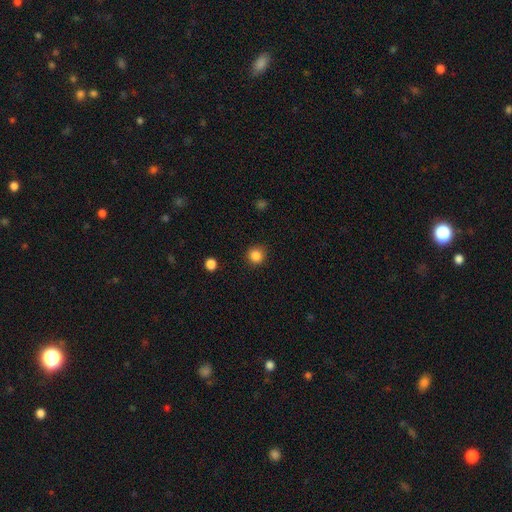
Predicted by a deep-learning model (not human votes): Smooth or featured?
  - smooth: 86% *
  - star or artifact: 11%
  - featured or disk: 3%
How rounded?
  - round: 93% *
  - in between: 6%
  - cigar-shaped: 1%
Merging?
  - none: 89% *
  - minor disturbance: 7%
  - major disturbance: 2%
  - merger: 1%